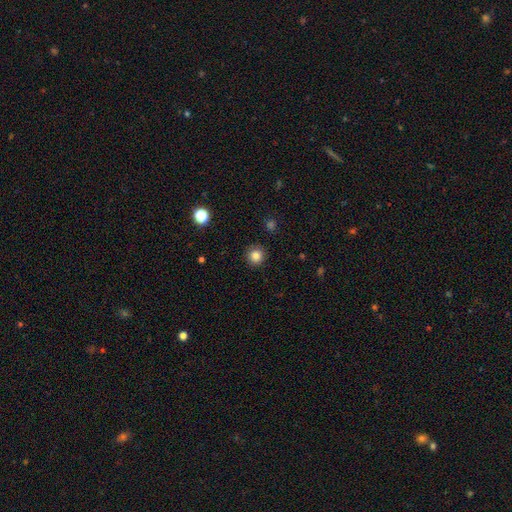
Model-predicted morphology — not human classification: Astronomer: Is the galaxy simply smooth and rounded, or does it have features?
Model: smooth — 83%.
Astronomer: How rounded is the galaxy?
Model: round — 94%.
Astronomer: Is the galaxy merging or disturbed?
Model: none — 91%.